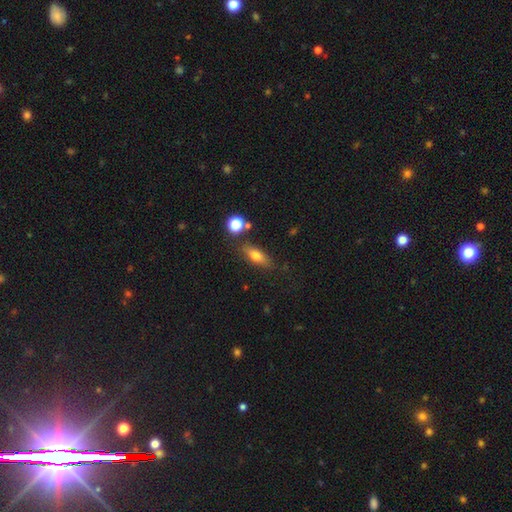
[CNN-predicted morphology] Smooth or featured? smooth (69%)
How rounded? in between (62%)
Merging? none (75%)